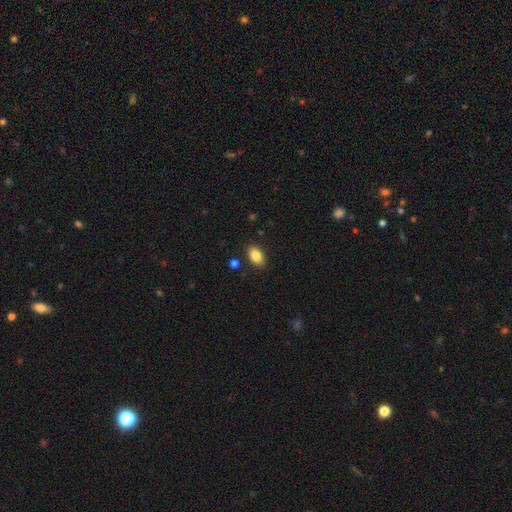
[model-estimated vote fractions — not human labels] smooth_or_featured: smooth (p=0.86) [alt: star or artifact p=0.08]
how_rounded: in between (p=0.90) [alt: round p=0.08]
merging: none (p=0.86) [alt: minor disturbance p=0.09]